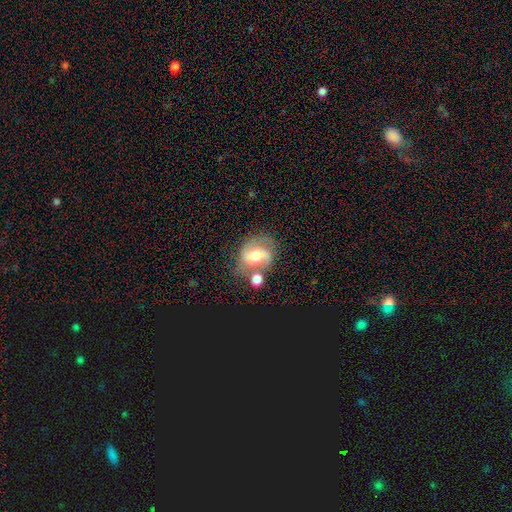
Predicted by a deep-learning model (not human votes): Smooth or featured? featured or disk (80%)
Edge-on disk? no (98%)
Bar? weak (46%)
Spiral arms? yes (95%)
Spiral winding? medium (57%)
Spiral arm count? 2 (88%)
Bulge size? moderate (61%)
Merging? none (56%)